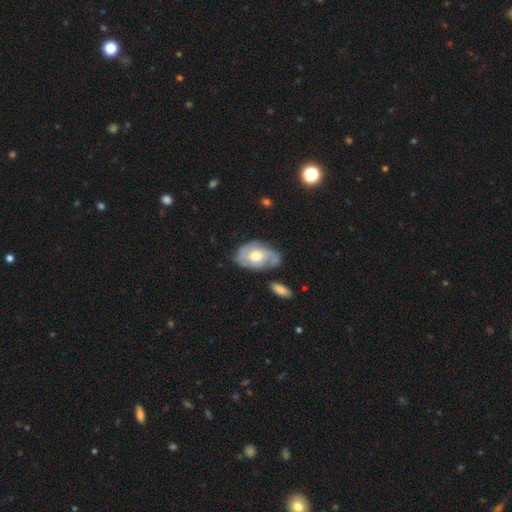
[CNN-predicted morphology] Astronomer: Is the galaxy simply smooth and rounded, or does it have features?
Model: featured or disk — 61%.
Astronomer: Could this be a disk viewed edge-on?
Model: no — 94%.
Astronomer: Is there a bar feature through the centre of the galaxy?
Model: no — 73%.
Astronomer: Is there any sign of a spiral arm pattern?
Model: yes — 76%.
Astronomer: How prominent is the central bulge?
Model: moderate — 69%.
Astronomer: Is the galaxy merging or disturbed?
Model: none — 53%.